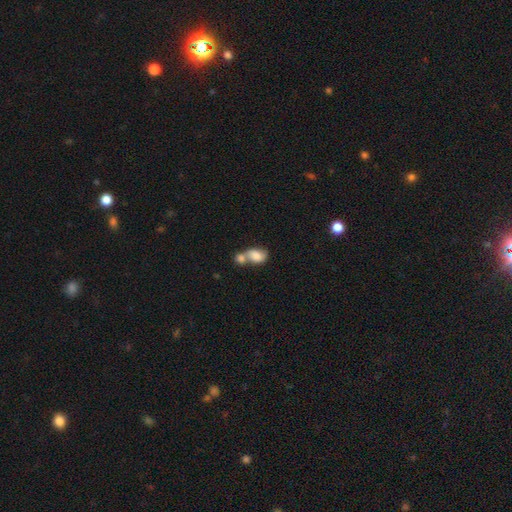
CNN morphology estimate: This appears to be a smooth galaxy with no disk features (74%) that is in between round and cigar-shaped (78%). Merging: merger (70%).